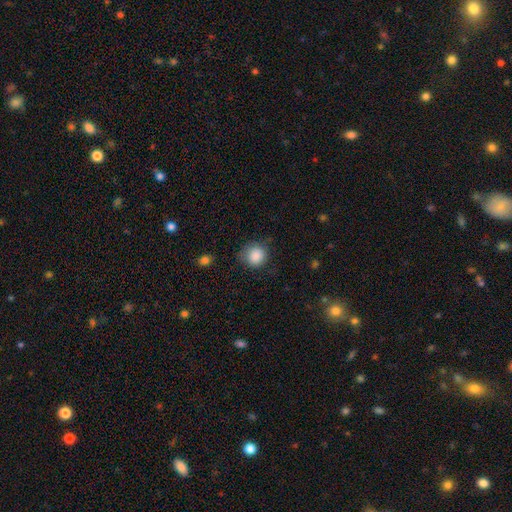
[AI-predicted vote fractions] Smooth or featured?
  - smooth: 87% *
  - star or artifact: 9%
  - featured or disk: 4%
How rounded?
  - round: 89% *
  - in between: 10%
  - cigar-shaped: 1%
Merging?
  - none: 71% *
  - minor disturbance: 21%
  - major disturbance: 6%
  - merger: 2%